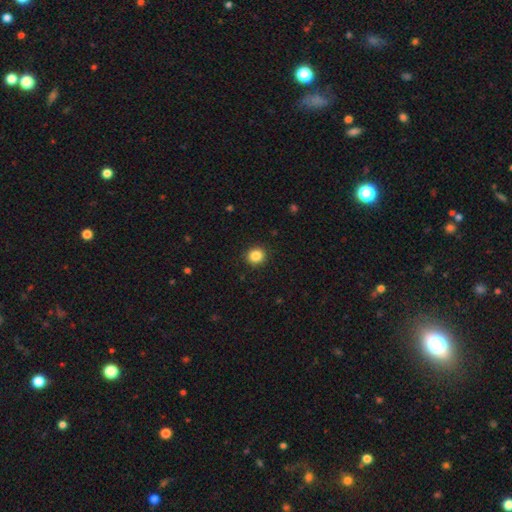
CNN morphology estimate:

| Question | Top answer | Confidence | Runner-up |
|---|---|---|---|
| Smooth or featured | smooth | 86% | star or artifact (10%) |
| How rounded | round | 87% | in between (12%) |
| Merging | none | 91% | minor disturbance (6%) |